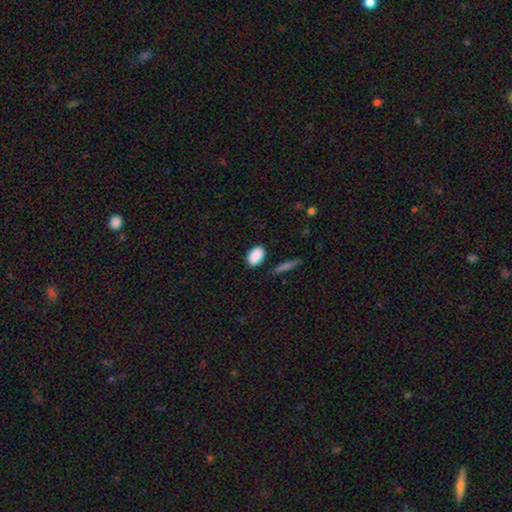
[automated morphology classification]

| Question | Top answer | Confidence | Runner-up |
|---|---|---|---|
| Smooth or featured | smooth | 89% | star or artifact (7%) |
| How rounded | in between | 86% | round (11%) |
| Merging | none | 83% | minor disturbance (11%) |